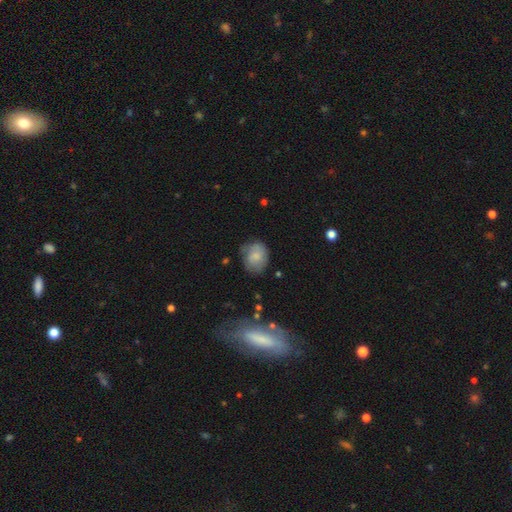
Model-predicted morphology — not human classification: A smooth galaxy with no disk features (68%) that is round (51%).

Vote fractions:
- Smooth or featured? smooth: 68% / featured or disk: 24% / star or artifact: 8%
- How rounded? round: 51% / in between: 48% / cigar-shaped: 1%
- Merging? none: 58% / minor disturbance: 29% / major disturbance: 10% / merger: 2%